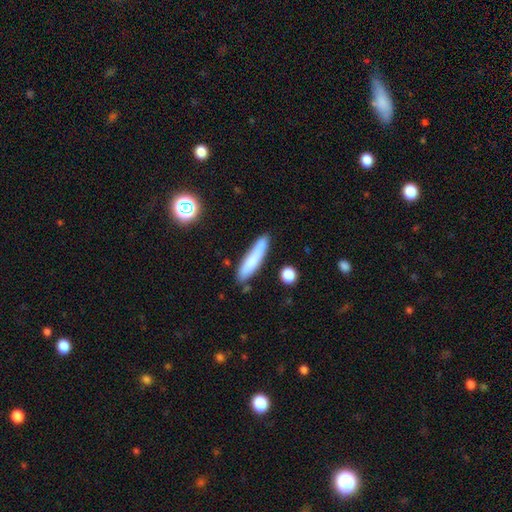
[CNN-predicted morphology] smooth 77%, featured or disk 16%, star or artifact 7%. Down the decision tree: how rounded — cigar-shaped (88%); merging — none (76%).